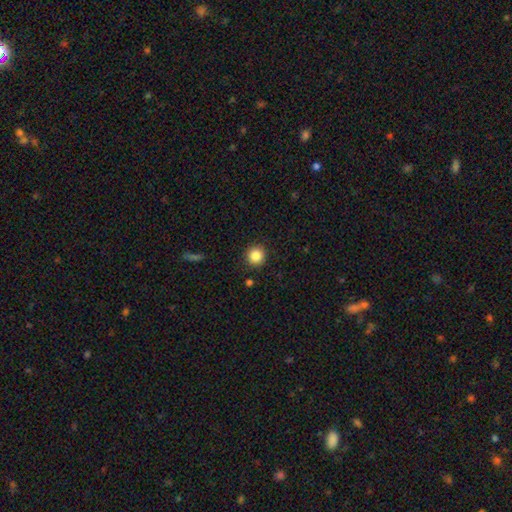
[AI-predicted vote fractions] Morphology: type=smooth (86%); roundness=round (94%); merging=none (91%).